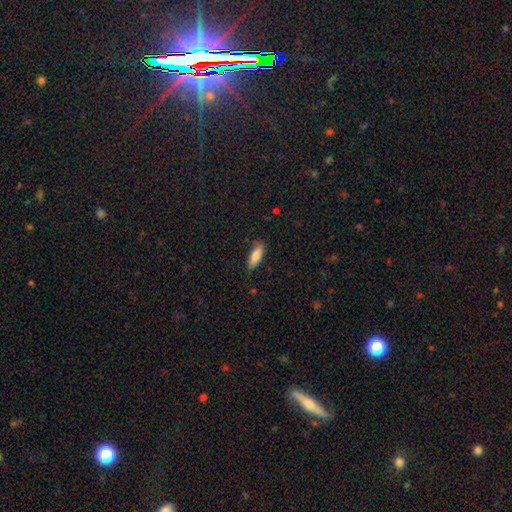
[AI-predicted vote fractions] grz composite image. It shows a smooth galaxy with no disk features (84%) that is in between round and cigar-shaped (62%). Merging: none (79%).